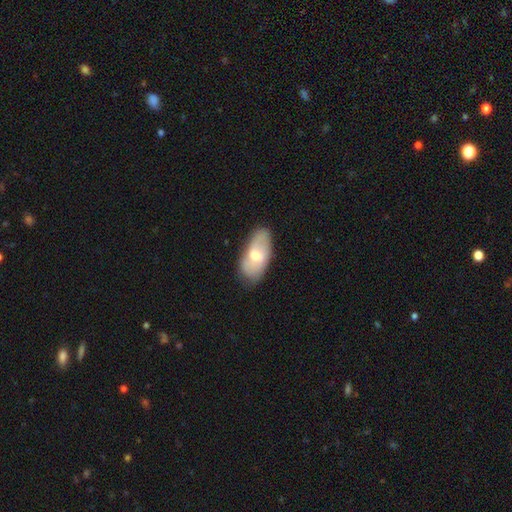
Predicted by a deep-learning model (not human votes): Smooth or featured: smooth — 58% (featured or disk — 36%)
How rounded: in between — 92% (cigar-shaped — 5%)
Merging: none — 72% (minor disturbance — 22%)